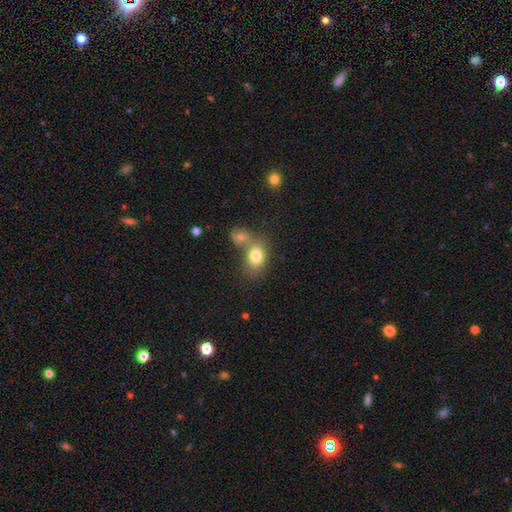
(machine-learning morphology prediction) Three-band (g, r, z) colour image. It shows a smooth galaxy with no disk features (78%) that is in between round and cigar-shaped (66%). Merging: merger (48%).